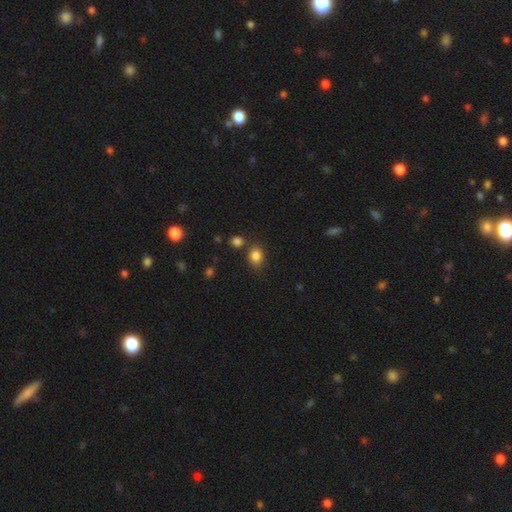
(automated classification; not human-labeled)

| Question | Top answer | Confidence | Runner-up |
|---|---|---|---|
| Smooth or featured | smooth | 84% | star or artifact (11%) |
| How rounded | in between | 54% | round (45%) |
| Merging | none | 73% | minor disturbance (13%) |